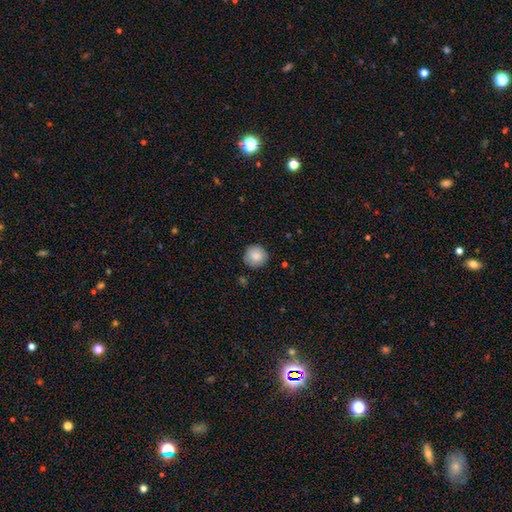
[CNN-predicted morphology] This is clearly a smooth galaxy (86%). How rounded: clearly round (93%). Merging: clearly none (86%).